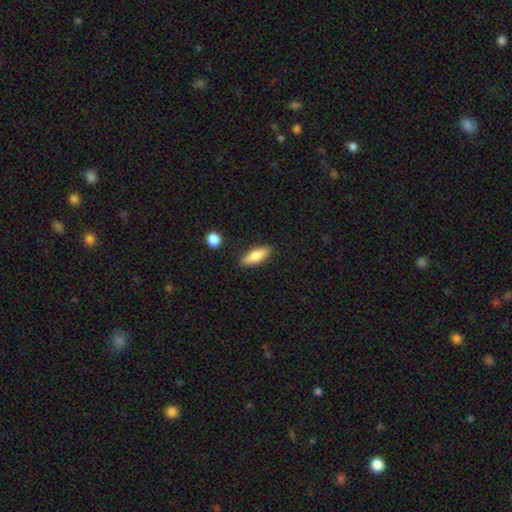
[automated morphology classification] A smooth galaxy with no disk features (73%) that is in between round and cigar-shaped (56%).

Vote fractions:
- Smooth or featured? smooth: 73% / featured or disk: 20% / star or artifact: 6%
- How rounded? in between: 56% / cigar-shaped: 41% / round: 3%
- Merging? none: 85% / minor disturbance: 10% / merger: 3% / major disturbance: 2%